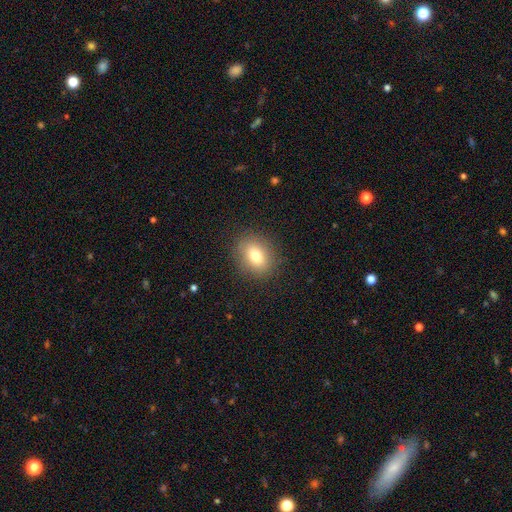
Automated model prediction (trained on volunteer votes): The model was most divided on "how rounded": in between: 55%, round: 43%, cigar-shaped: 1%. More confident: merging — none (87%); smooth or featured — smooth (78%).